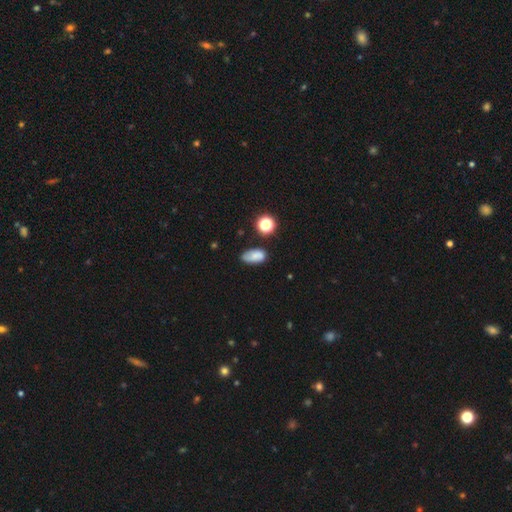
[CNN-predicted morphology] Smooth or featured: smooth — 69% (featured or disk — 18%)
How rounded: in between — 88% (round — 8%)
Merging: none — 58% (minor disturbance — 29%)